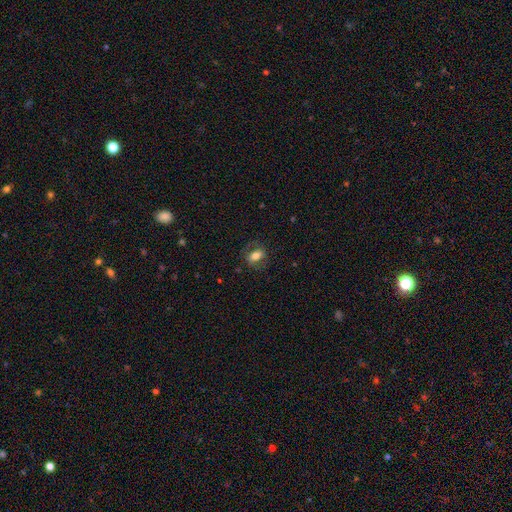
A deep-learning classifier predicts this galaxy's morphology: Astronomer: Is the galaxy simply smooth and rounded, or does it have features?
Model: smooth — 65%.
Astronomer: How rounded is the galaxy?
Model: in between — 79%.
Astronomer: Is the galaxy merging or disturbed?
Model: none — 72%.